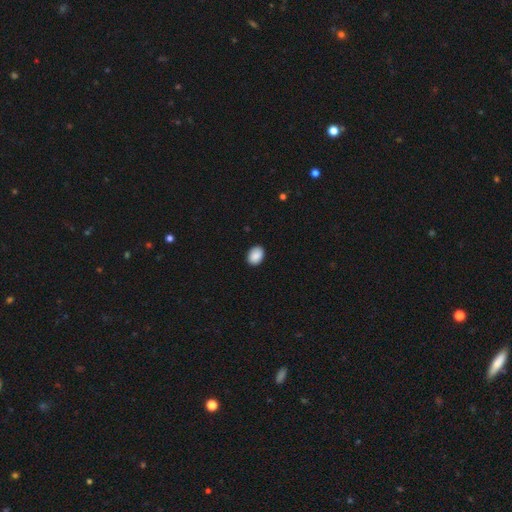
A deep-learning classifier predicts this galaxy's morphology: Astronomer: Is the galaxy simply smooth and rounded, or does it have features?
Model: smooth — 90%.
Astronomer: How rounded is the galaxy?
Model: in between — 75%.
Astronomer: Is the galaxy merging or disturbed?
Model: none — 89%.